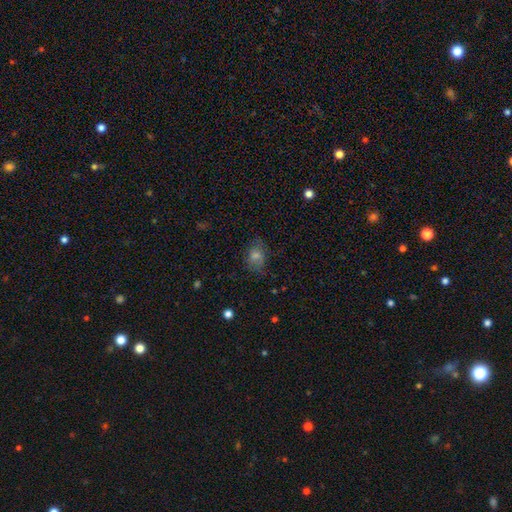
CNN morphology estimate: smooth_or_featured: smooth (p=0.61) [alt: star or artifact p=0.20]
how_rounded: in between (p=0.66) [alt: round p=0.32]
merging: none (p=0.70) [alt: minor disturbance p=0.20]